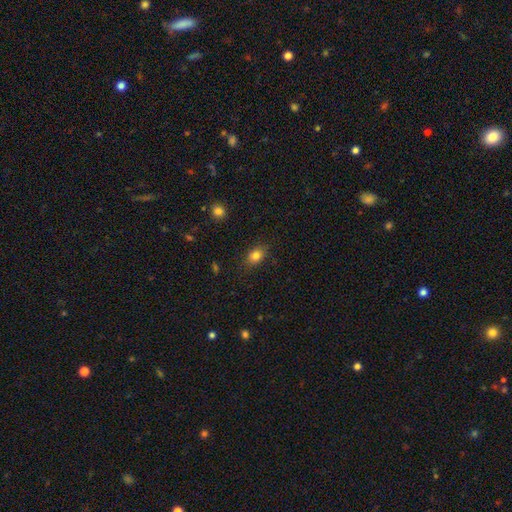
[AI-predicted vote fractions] Q: Smooth or featured?
A: smooth (82%); runner-up: star or artifact (11%)
Q: How rounded?
A: in between (69%); runner-up: round (29%)
Q: Merging?
A: none (81%); runner-up: minor disturbance (15%)